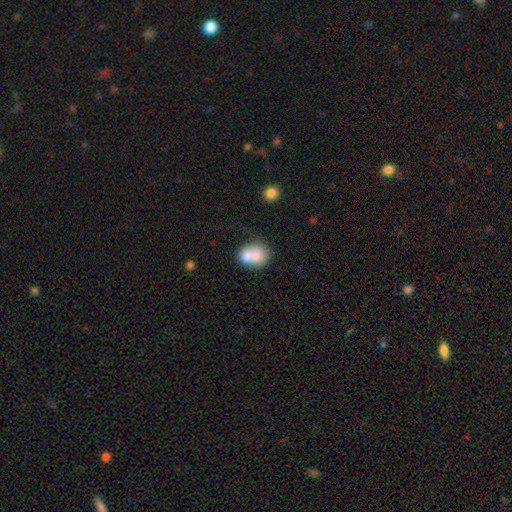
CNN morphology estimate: Q: Smooth or featured?
A: smooth (72%); runner-up: featured or disk (20%)
Q: How rounded?
A: round (56%); runner-up: in between (43%)
Q: Merging?
A: merger (56%); runner-up: none (29%)